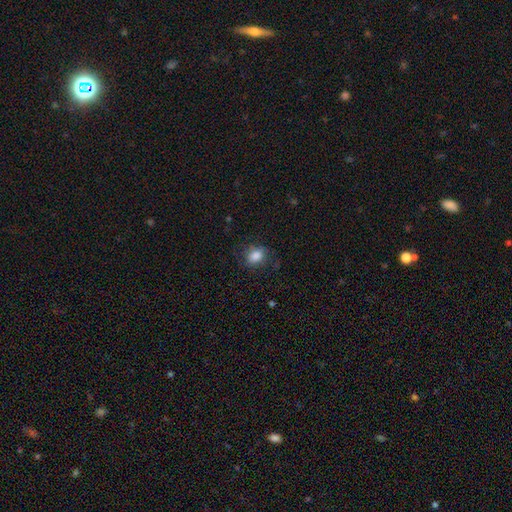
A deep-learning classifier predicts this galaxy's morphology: Smooth or featured? smooth (82%)
How rounded? in between (59%)
Merging? none (72%)